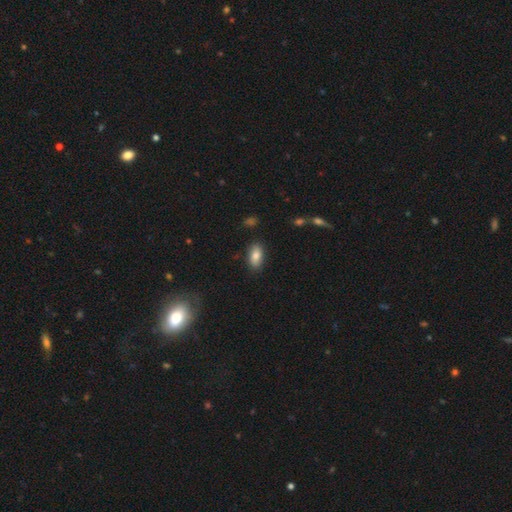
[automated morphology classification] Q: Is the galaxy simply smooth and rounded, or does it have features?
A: smooth — 83%.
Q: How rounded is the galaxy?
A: in between — 91%.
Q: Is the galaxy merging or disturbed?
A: none — 85%.